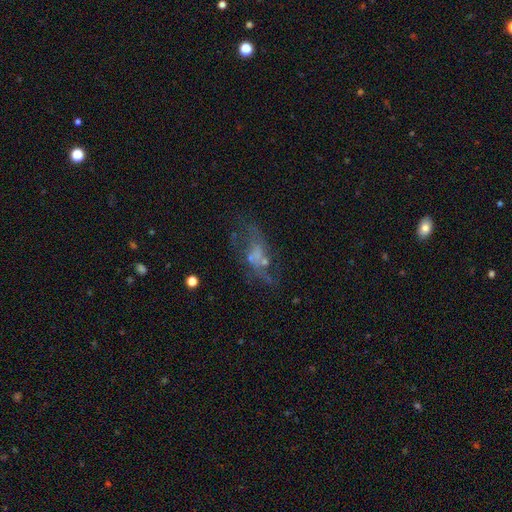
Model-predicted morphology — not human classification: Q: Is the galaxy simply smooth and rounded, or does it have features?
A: featured or disk — 59%.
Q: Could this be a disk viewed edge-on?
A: no — 95%.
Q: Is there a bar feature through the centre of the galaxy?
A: no — 76%.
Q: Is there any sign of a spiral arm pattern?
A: no — 60%.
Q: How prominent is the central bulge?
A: none — 53%.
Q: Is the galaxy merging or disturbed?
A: none — 38%.